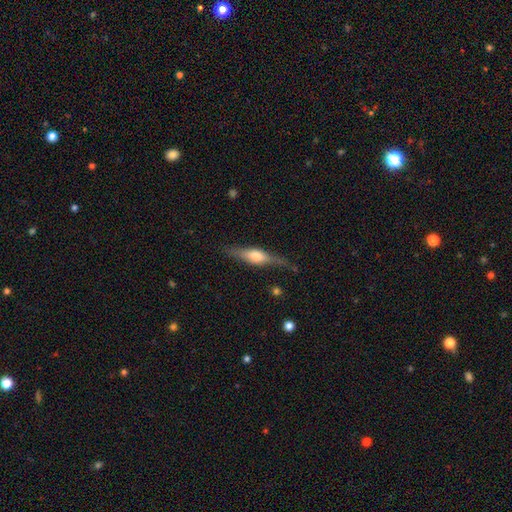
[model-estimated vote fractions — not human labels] Smooth or featured? featured or disk (68%)
Edge-on disk? yes (95%)
Edge-on bulge? rounded (80%)
Merging? none (82%)